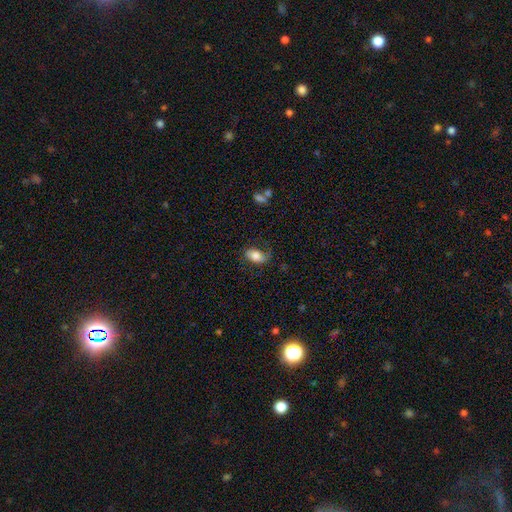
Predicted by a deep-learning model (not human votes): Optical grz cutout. It shows a smooth galaxy with no disk features (68%) that is in between round and cigar-shaped (90%). Merging: none (63%).